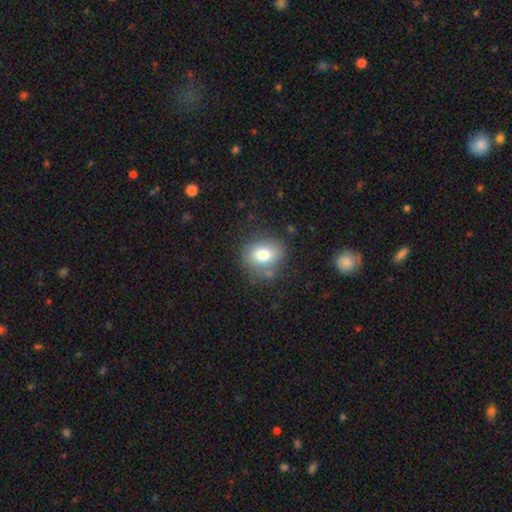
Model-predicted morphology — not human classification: type=smooth (75%); roundness=round (55%); merging=none (75%).